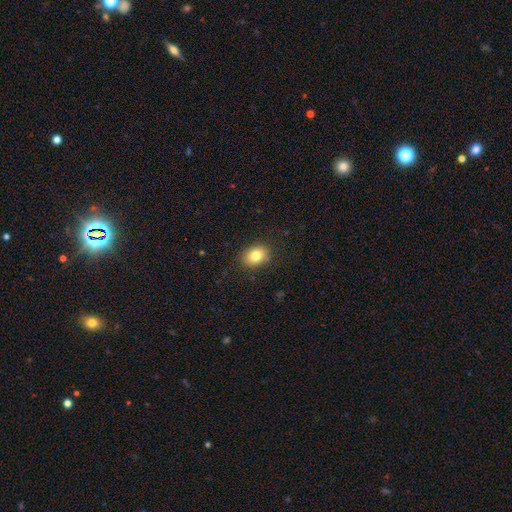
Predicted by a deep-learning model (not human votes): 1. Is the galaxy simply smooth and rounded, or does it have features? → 82% smooth, 9% star or artifact, 9% featured or disk.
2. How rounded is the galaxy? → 64% in between, 35% round, 1% cigar-shaped.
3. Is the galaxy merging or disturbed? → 87% none, 10% minor disturbance, 3% major disturbance, 1% merger.